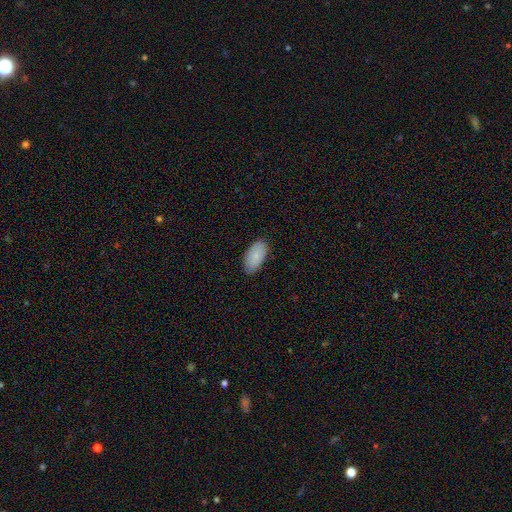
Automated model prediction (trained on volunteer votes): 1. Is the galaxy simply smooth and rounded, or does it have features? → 86% smooth, 8% featured or disk, 6% star or artifact.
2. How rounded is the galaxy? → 95% in between, 3% cigar-shaped, 2% round.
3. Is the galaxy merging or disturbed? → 85% none, 12% minor disturbance, 2% major disturbance, 1% merger.